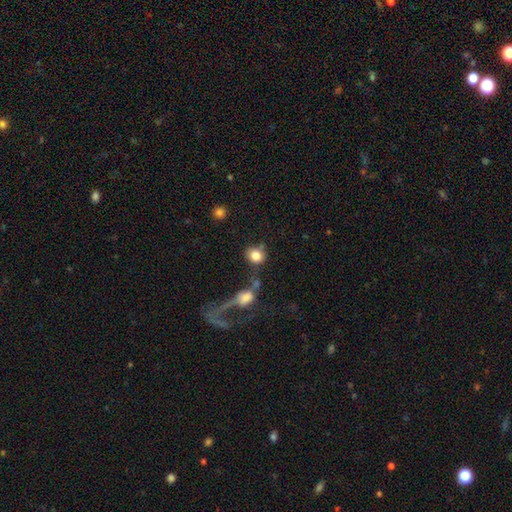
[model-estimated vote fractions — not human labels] Overall: smooth (82%). How rounded: round (72%). Merging: none (56%; merger 20%).